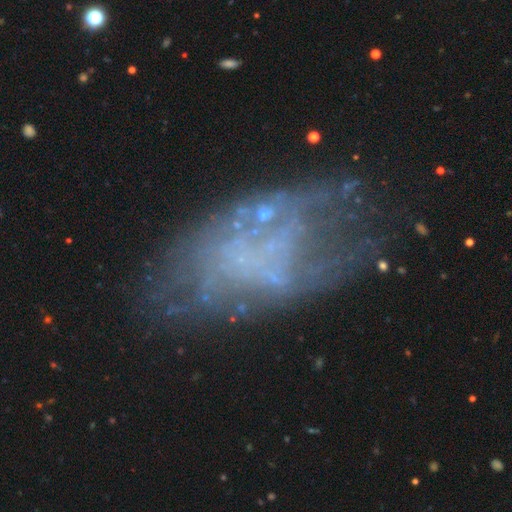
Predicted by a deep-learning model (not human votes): Smooth or featured: featured or disk — 59% (smooth — 24%)
Edge-on disk: no — 96% (yes — 4%)
Bar: no — 89% (weak — 8%)
Spiral arms: no — 82% (yes — 18%)
Bulge size: none — 82% (small — 11%)
Merging: none — 48% (major disturbance — 27%)